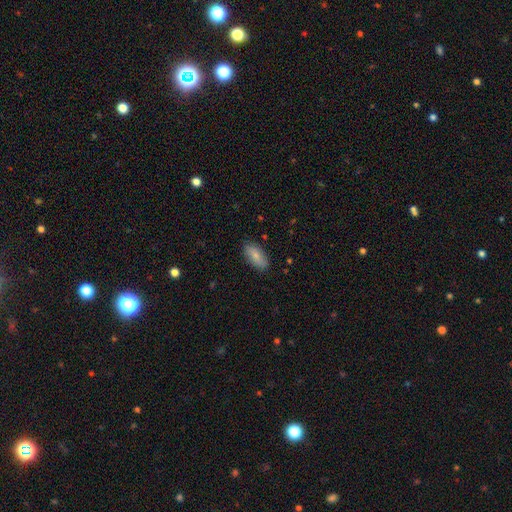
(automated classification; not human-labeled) smooth 79%, featured or disk 15%, star or artifact 6%. Down the decision tree: how rounded — in between (89%); merging — none (85%).